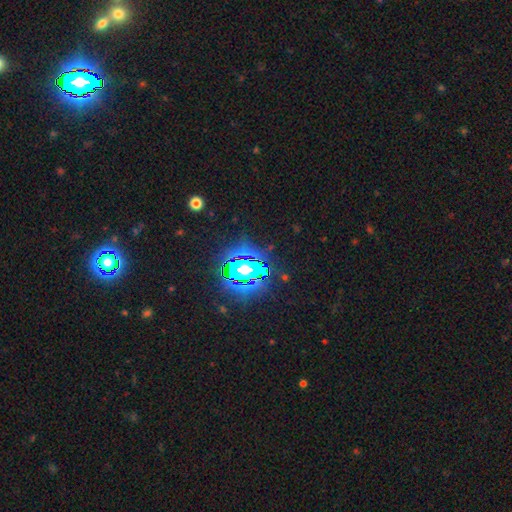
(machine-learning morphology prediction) Smooth or featured: star or artifact — 83% (smooth — 10%)